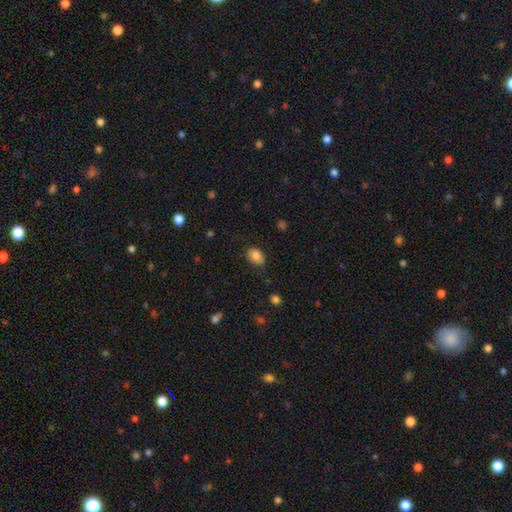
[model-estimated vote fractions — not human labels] Morphology: type=smooth (83%); roundness=in between (79%); merging=none (73%).